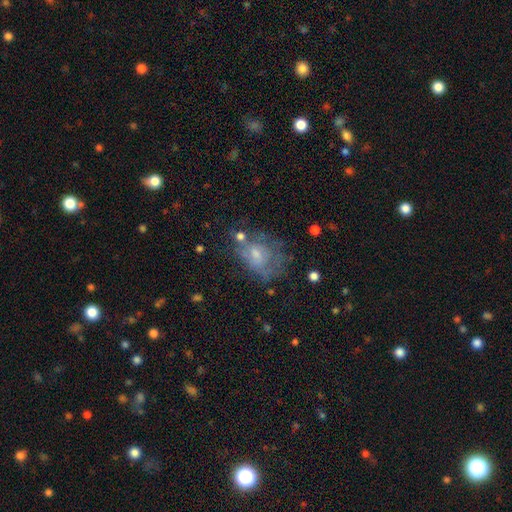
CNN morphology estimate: Overall: featured or disk (47%; smooth 40%). Merging: none (39%; major disturbance 27%).